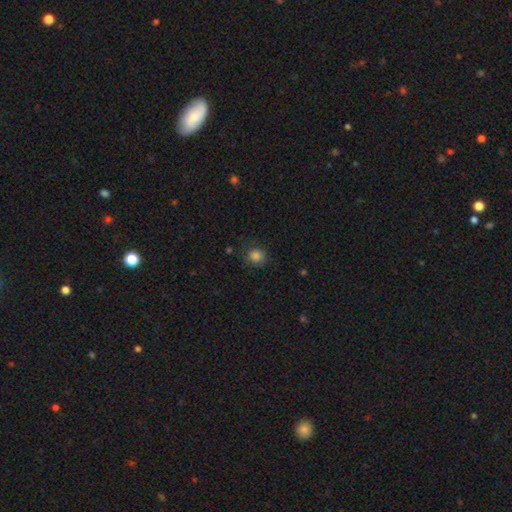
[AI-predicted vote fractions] A smooth galaxy with no disk features (84%) that is round (81%). Merging: none (78%).